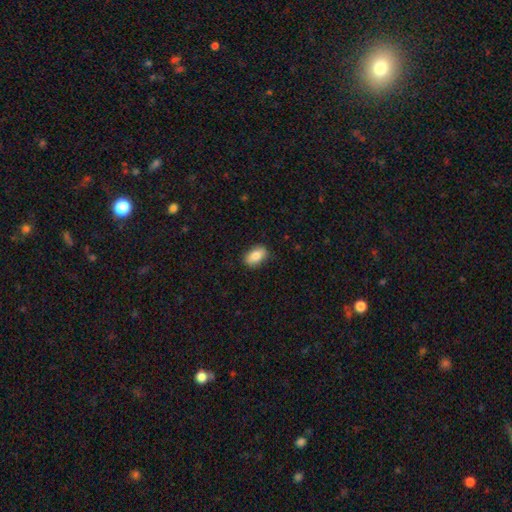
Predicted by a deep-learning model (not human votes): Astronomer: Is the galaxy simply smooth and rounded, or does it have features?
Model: smooth — 84%.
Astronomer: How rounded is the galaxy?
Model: in between — 90%.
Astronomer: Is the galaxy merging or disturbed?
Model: none — 86%.